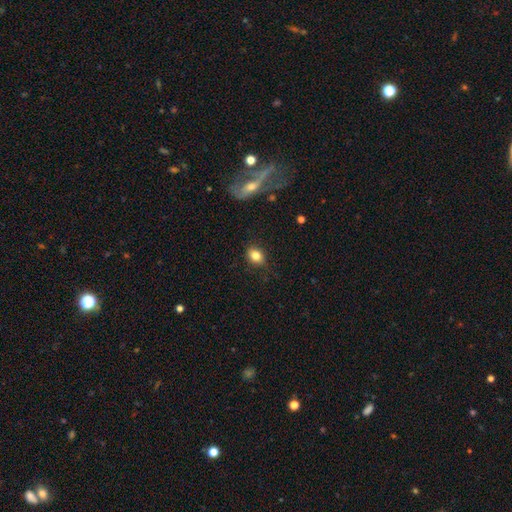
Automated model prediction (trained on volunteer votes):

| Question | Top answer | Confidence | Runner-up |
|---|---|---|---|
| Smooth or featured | smooth | 82% | star or artifact (9%) |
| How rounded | in between | 62% | round (37%) |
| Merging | none | 81% | minor disturbance (14%) |